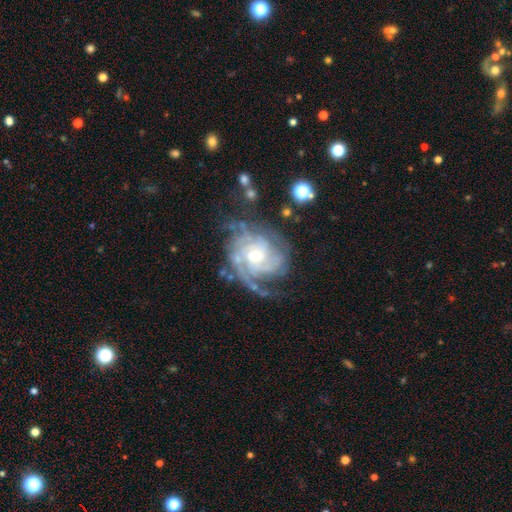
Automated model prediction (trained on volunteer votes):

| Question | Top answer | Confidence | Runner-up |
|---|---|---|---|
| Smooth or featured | featured or disk | 89% | star or artifact (5%) |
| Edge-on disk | no | 98% | yes (2%) |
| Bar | no | 63% | weak (30%) |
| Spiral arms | yes | 97% | no (3%) |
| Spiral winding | tight | 60% | medium (32%) |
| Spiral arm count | can't tell | 29% | 3 (22%) |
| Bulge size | moderate | 51% | small (43%) |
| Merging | none | 59% | minor disturbance (21%) |